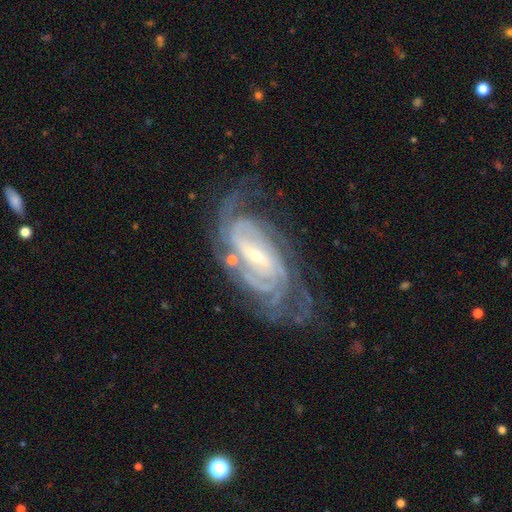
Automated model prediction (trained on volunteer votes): The model was most divided on "spiral arm count" (3-way tie): can't tell: 22%, 4: 22%, 2: 22%, 3: 20%, more than 4: 8%, 1: 6%. Remaining: spiral arms — yes (98%); edge-on disk — no (95%); smooth or featured — featured or disk (90%); bulge size — small (71%); spiral winding — tight (67%); merging — none (67%); bar — strong (43%).